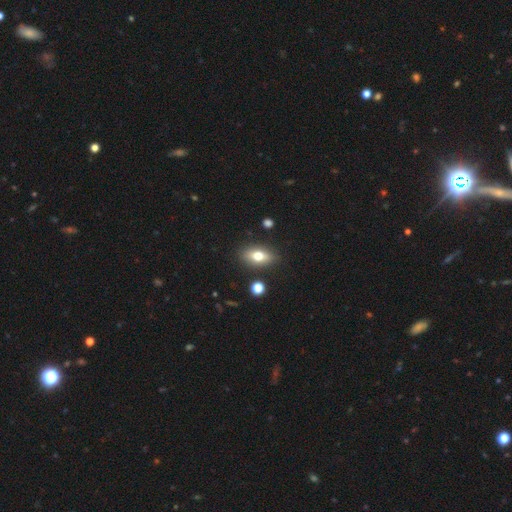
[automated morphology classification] Smooth or featured? smooth (67%)
How rounded? in between (84%)
Merging? none (85%)